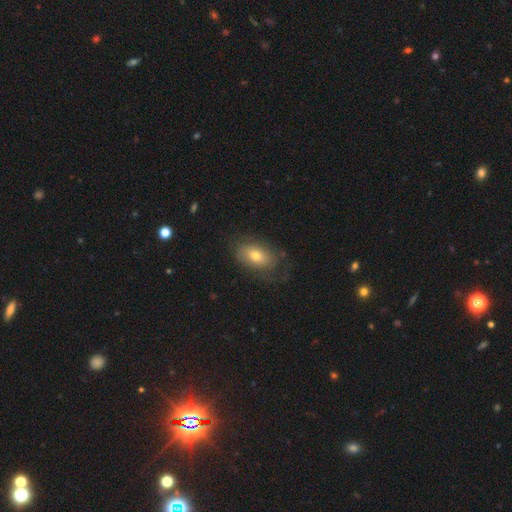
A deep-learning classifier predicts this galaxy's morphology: Smooth or featured: smooth — 64% (featured or disk — 28%)
How rounded: in between — 86% (round — 12%)
Merging: none — 64% (minor disturbance — 22%)